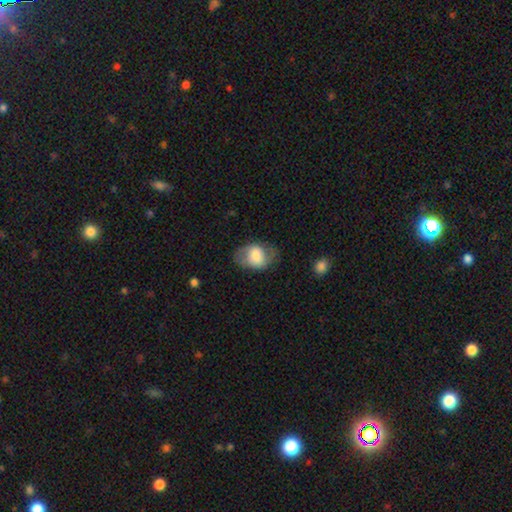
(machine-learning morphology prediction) A smooth galaxy with no disk features (60%) that is in between round and cigar-shaped (73%).

Vote fractions:
- Smooth or featured? smooth: 60% / featured or disk: 33% / star or artifact: 7%
- How rounded? in between: 73% / round: 25% / cigar-shaped: 1%
- Merging? none: 63% / minor disturbance: 23% / major disturbance: 12% / merger: 2%